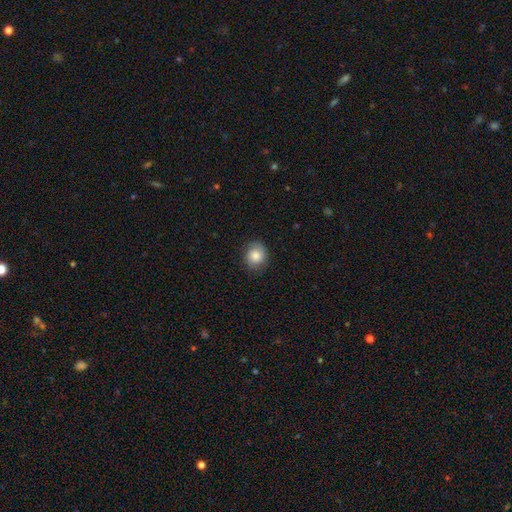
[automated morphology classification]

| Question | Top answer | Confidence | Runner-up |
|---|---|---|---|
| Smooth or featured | smooth | 79% | featured or disk (12%) |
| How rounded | round | 71% | in between (28%) |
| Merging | none | 81% | minor disturbance (14%) |